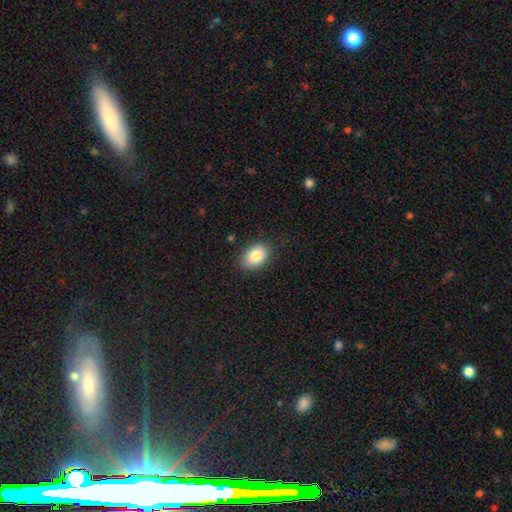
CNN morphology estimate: type=smooth (86%); roundness=in between (80%); merging=none (84%).